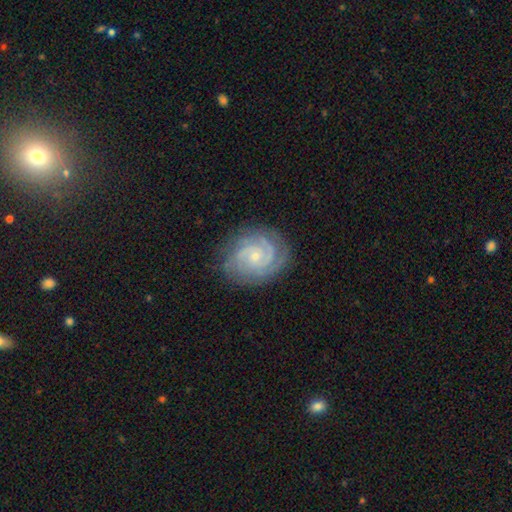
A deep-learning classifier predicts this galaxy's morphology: The model was most divided on "spiral arm count": 2: 41%, 3: 30%, can't tell: 11%, 4: 8%, 1: 5%, more than 4: 5%. More confident: spiral arms — yes (98%); edge-on disk — no (98%); smooth or featured — featured or disk (89%); merging — none (82%); bulge size — small (78%); spiral winding — tight (74%); bar — no (69%).